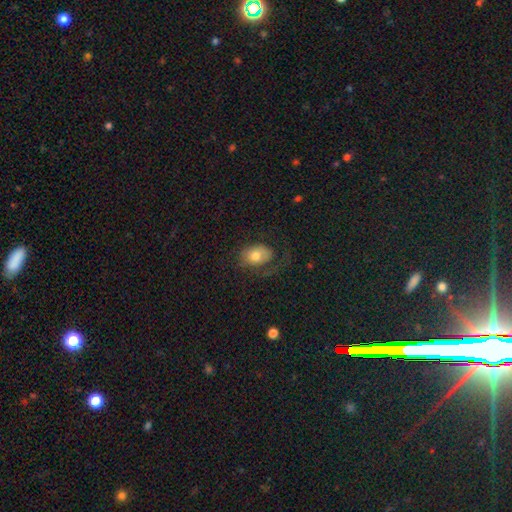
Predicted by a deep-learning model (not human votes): The model was most divided on "merging": none: 49%, major disturbance: 27%, minor disturbance: 22%, merger: 2%. More confident: how rounded — in between (79%); smooth or featured — smooth (71%).